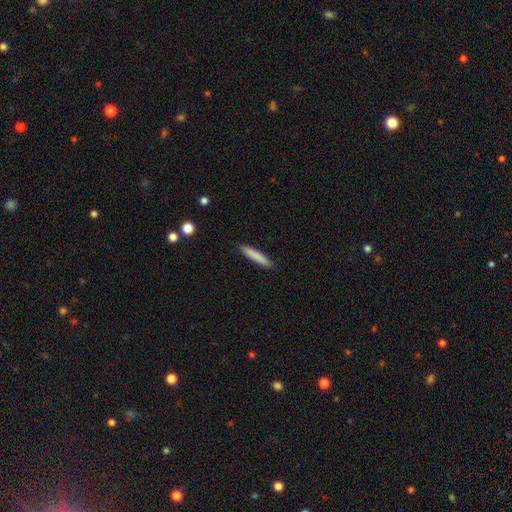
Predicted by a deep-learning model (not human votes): Smooth or featured: smooth — 82% (featured or disk — 12%)
How rounded: cigar-shaped — 91% (in between — 8%)
Merging: none — 89% (minor disturbance — 8%)